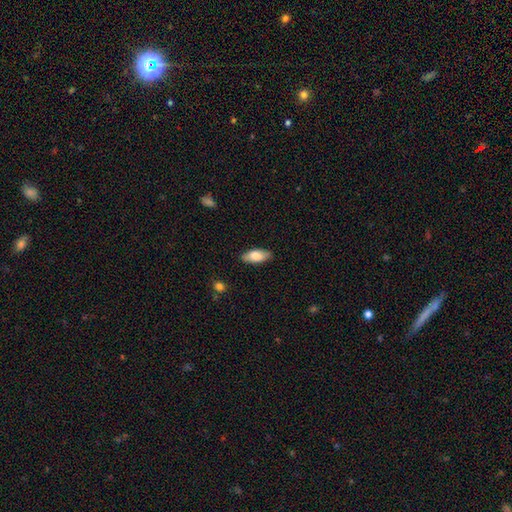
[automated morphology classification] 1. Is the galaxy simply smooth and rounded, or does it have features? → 80% smooth, 14% featured or disk, 6% star or artifact.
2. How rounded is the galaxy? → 86% in between, 12% cigar-shaped, 2% round.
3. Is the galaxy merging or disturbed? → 85% none, 11% minor disturbance, 2% major disturbance, 1% merger.